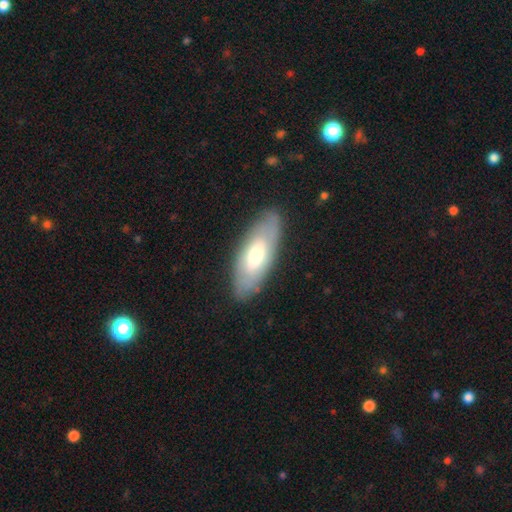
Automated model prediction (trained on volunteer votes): Smooth or featured?
  - smooth: 61% *
  - featured or disk: 33%
  - star or artifact: 6%
How rounded?
  - in between: 77% *
  - cigar-shaped: 21%
  - round: 2%
Merging?
  - none: 82% *
  - minor disturbance: 13%
  - major disturbance: 4%
  - merger: 1%